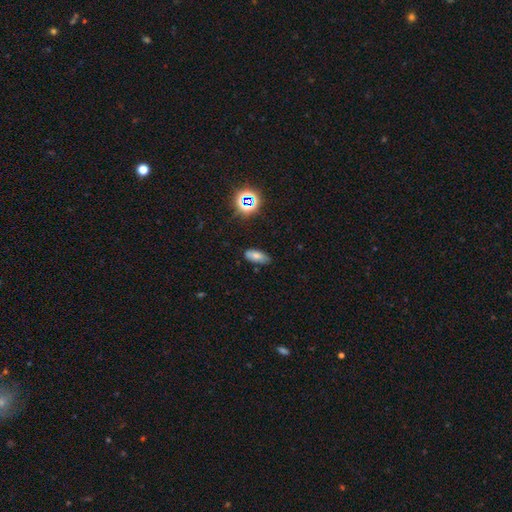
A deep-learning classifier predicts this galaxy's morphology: This appears to be a smooth galaxy with no disk features (70%) that is in between round and cigar-shaped (86%). Merging: none (76%).